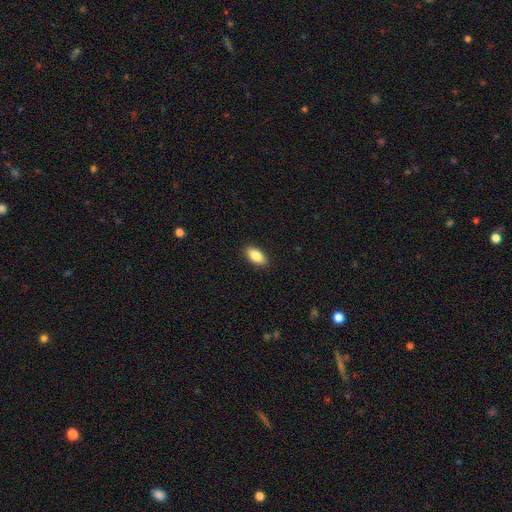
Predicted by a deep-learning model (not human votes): smooth 87%, star or artifact 7%, featured or disk 7%. Down the decision tree: how rounded — in between (91%); merging — none (90%).